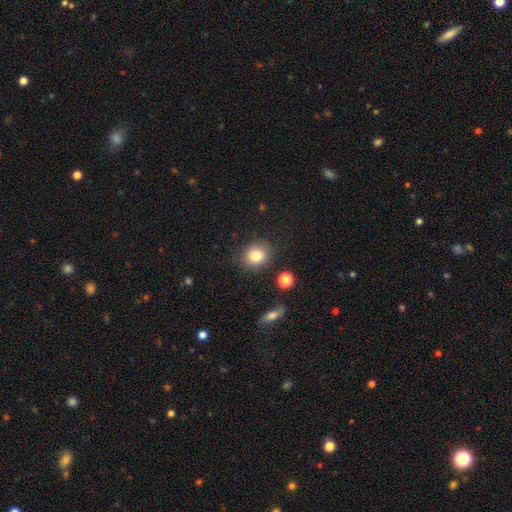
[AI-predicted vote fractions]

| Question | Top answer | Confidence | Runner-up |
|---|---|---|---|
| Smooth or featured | smooth | 81% | star or artifact (10%) |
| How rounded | round | 72% | in between (27%) |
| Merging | none | 84% | minor disturbance (10%) |